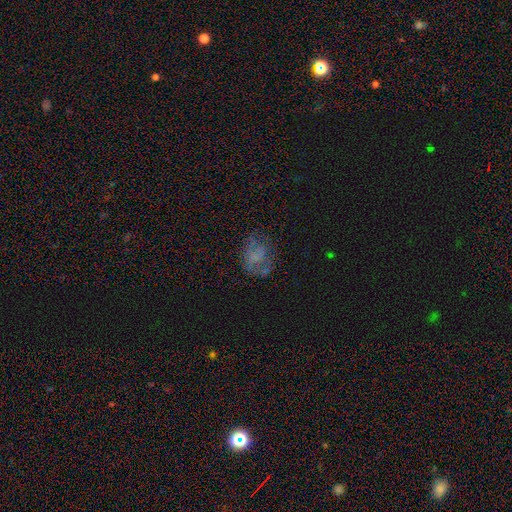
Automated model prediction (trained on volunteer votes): Smooth or featured: featured or disk — 48% (smooth — 34%)
Merging: none — 52% (major disturbance — 25%)